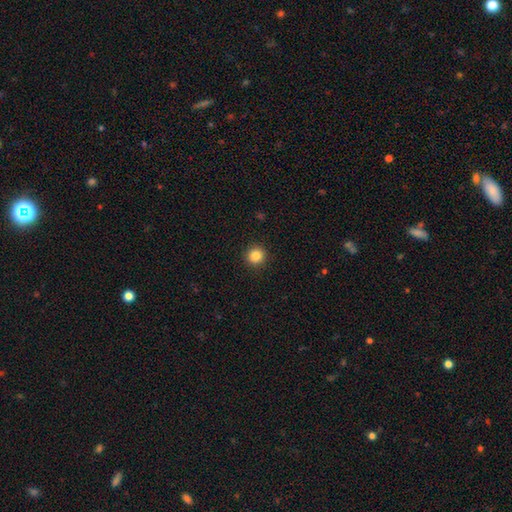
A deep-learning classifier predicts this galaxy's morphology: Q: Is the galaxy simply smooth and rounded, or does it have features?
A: smooth — 85%.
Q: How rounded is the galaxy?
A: round — 95%.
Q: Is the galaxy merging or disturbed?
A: none — 93%.